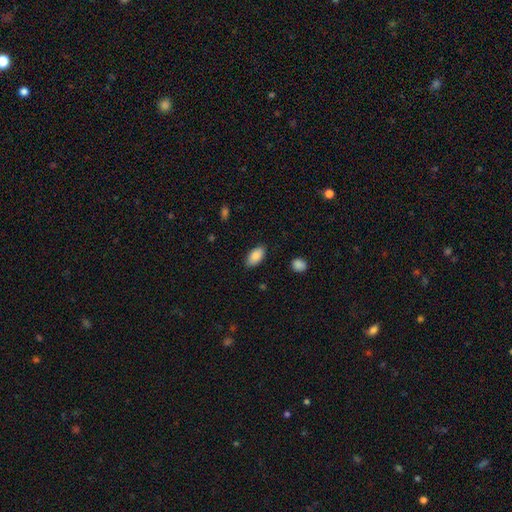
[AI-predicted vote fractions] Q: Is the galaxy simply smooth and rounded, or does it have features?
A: smooth — 88%.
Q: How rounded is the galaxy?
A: in between — 94%.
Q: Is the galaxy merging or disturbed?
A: none — 85%.